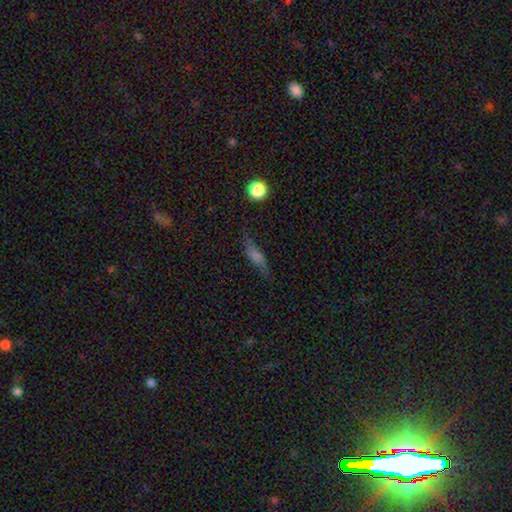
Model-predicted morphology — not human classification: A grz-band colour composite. It shows a smooth galaxy with no disk features (53%) that is cigar-shaped (56%). Merging: none (68%).